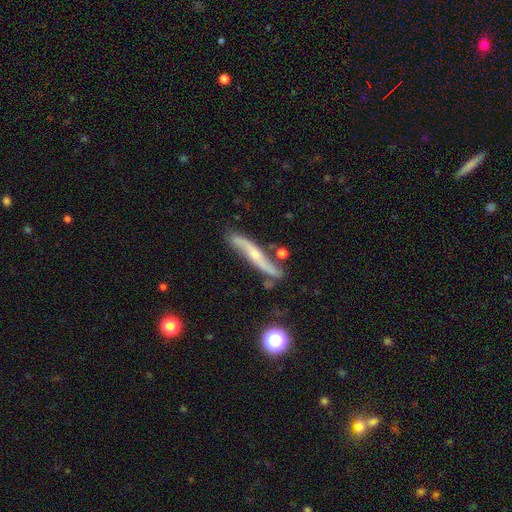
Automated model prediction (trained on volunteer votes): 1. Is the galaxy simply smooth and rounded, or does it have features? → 75% featured or disk, 18% smooth, 7% star or artifact.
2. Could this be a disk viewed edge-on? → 59% yes, 41% no.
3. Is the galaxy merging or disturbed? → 70% none, 19% minor disturbance, 5% merger, 5% major disturbance.